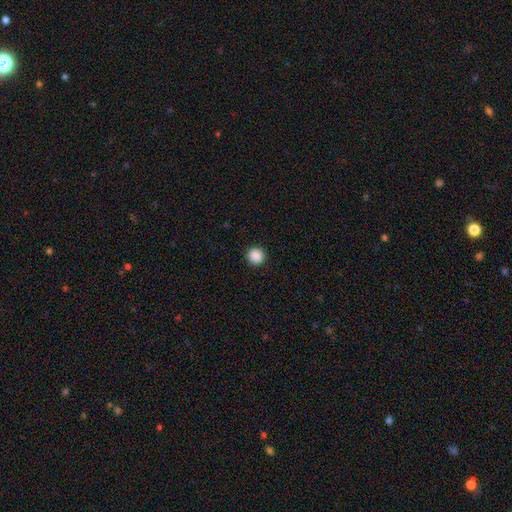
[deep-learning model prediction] Overall: smooth (89%). How rounded: round (95%). Merging: none (93%).